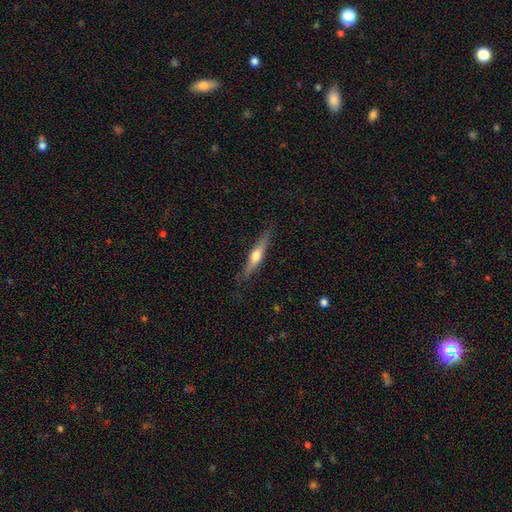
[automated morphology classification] Smooth or featured: featured or disk — 59% (smooth — 35%)
Edge-on disk: yes — 96% (no — 4%)
Edge-on bulge: rounded — 92% (none — 4%)
Merging: none — 84% (minor disturbance — 12%)